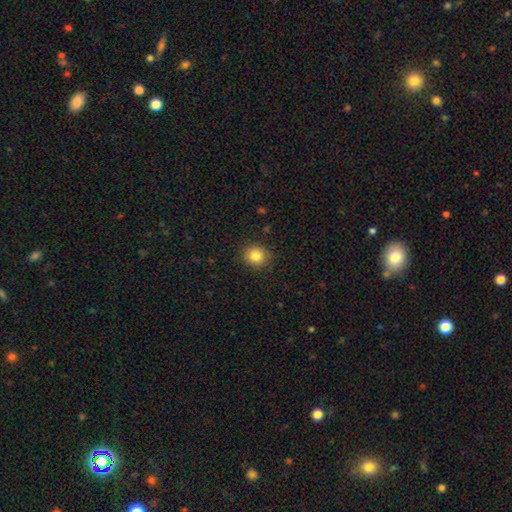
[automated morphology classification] Overall: smooth (83%). How rounded: round (81%). Merging: none (87%).